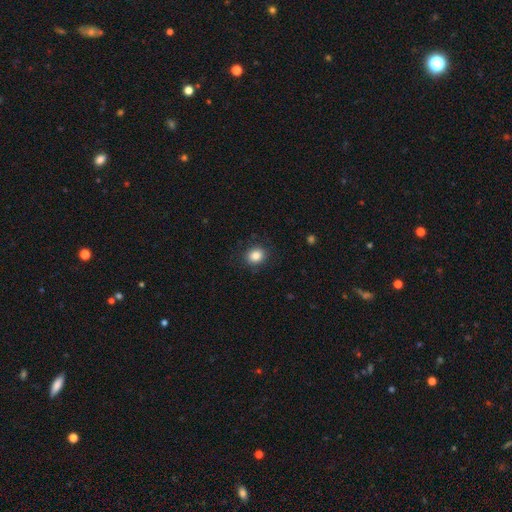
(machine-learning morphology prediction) Q: Smooth or featured?
A: smooth (85%); runner-up: star or artifact (10%)
Q: How rounded?
A: round (66%); runner-up: in between (33%)
Q: Merging?
A: none (87%); runner-up: minor disturbance (9%)